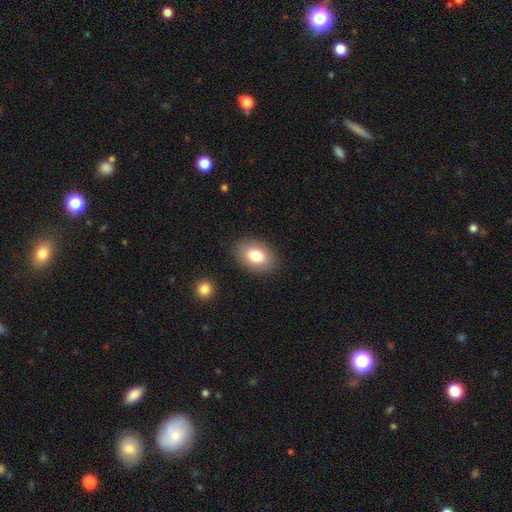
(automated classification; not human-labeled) Q: Smooth or featured?
A: smooth (80%); runner-up: featured or disk (13%)
Q: How rounded?
A: in between (86%); runner-up: round (12%)
Q: Merging?
A: none (86%); runner-up: minor disturbance (9%)